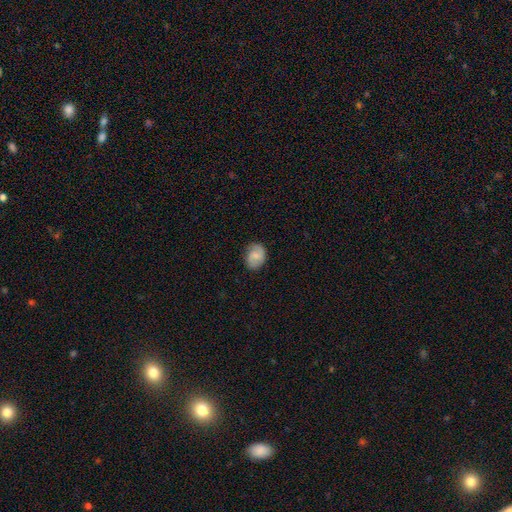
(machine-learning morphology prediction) smooth-or-featured: featured or disk: 51% | smooth: 41% | star or artifact: 7%
  disk-edge-on: no: 98% | yes: 2%
  merging: none: 77% | minor disturbance: 17% | major disturbance: 5% | merger: 1%